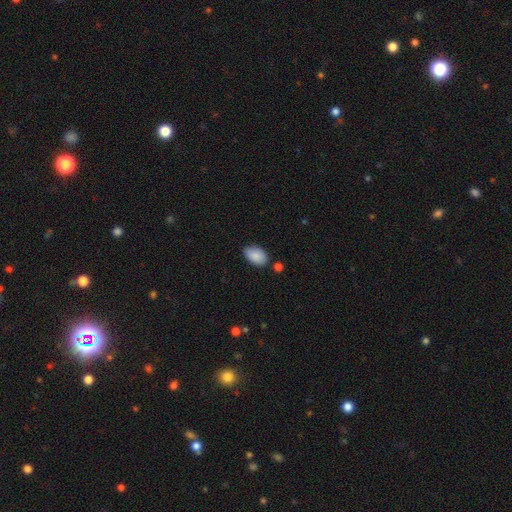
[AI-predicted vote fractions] Smooth or featured?
  - smooth: 87% *
  - star or artifact: 7%
  - featured or disk: 6%
How rounded?
  - in between: 91% *
  - round: 7%
  - cigar-shaped: 1%
Merging?
  - none: 75% *
  - minor disturbance: 18%
  - merger: 4%
  - major disturbance: 3%